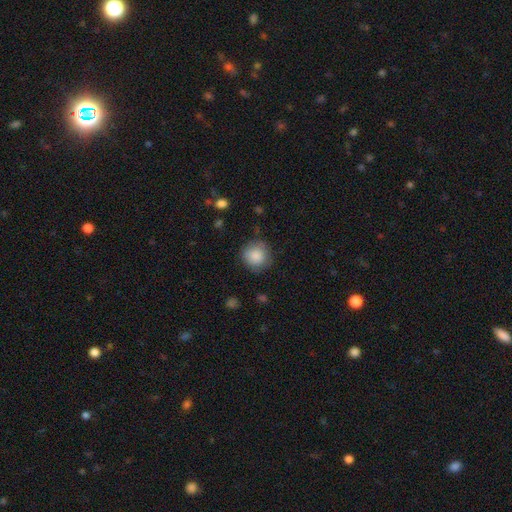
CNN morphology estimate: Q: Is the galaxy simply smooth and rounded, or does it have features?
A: smooth — 87%.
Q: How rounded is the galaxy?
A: round — 90%.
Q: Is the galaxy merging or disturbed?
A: none — 80%.